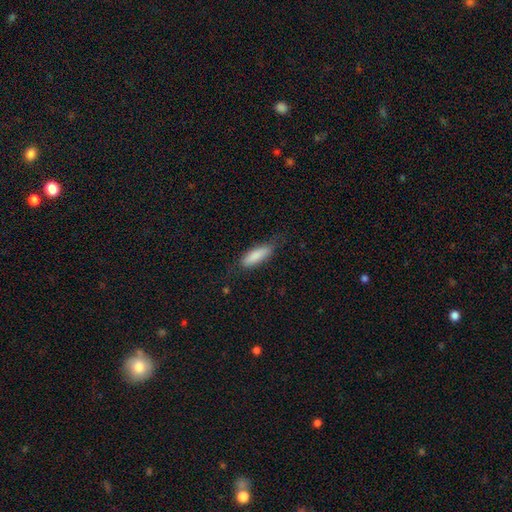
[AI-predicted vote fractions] Smooth or featured?
  - smooth: 85% *
  - featured or disk: 9%
  - star or artifact: 6%
How rounded?
  - in between: 54% *
  - cigar-shaped: 44%
  - round: 2%
Merging?
  - none: 71% *
  - minor disturbance: 21%
  - major disturbance: 6%
  - merger: 1%